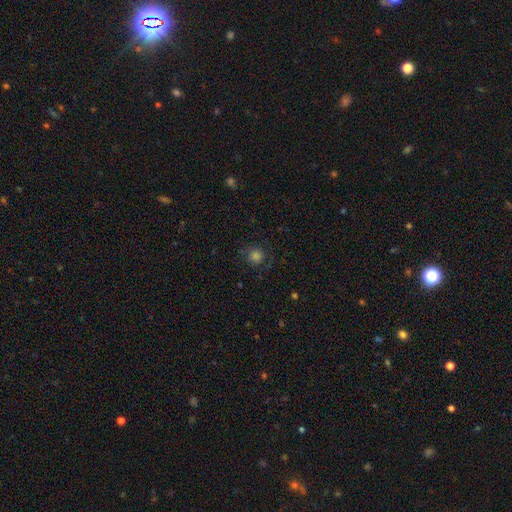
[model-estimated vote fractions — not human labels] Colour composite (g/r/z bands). It shows a smooth galaxy with no disk features (67%) that is round (91%). Merging: none (78%).